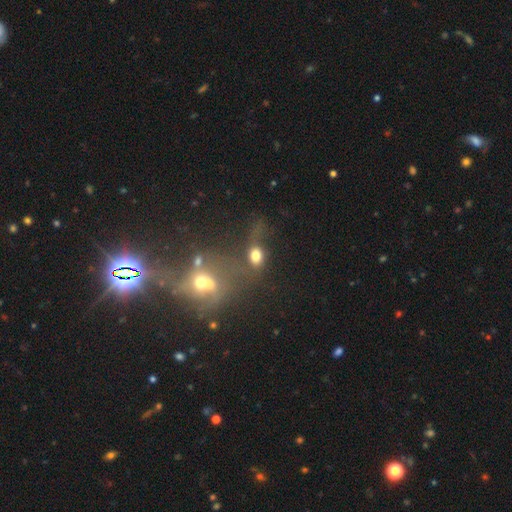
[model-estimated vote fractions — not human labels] Smooth or featured? smooth (72%)
How rounded? in between (59%)
Merging? none (36%)